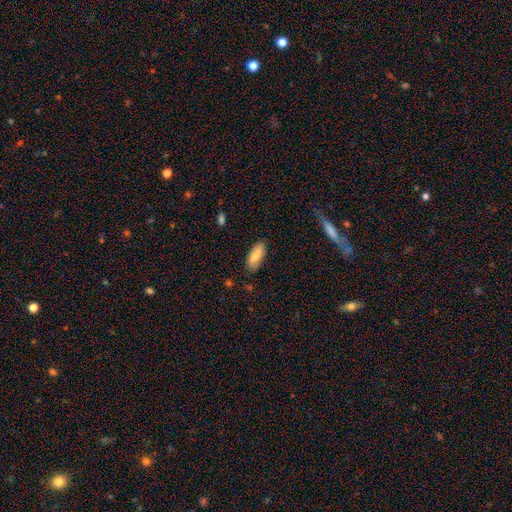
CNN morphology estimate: The model was most divided on "how rounded": in between: 76%, cigar-shaped: 22%, round: 2%. More confident: merging — none (82%); smooth or featured — smooth (79%).